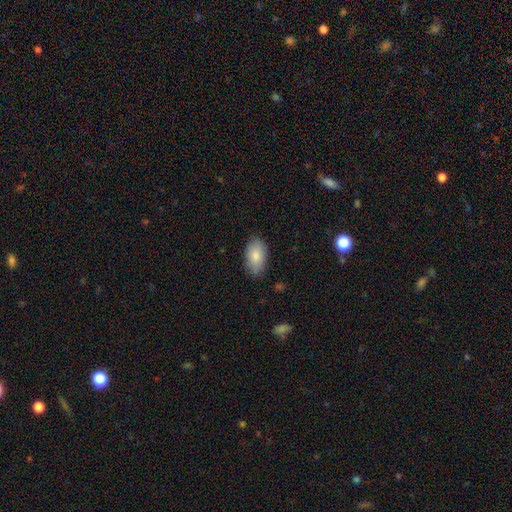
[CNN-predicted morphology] A smooth galaxy with no disk features (84%) that is in between round and cigar-shaped (94%).

Vote fractions:
- Smooth or featured? smooth: 84% / featured or disk: 10% / star or artifact: 6%
- How rounded? in between: 94% / round: 5% / cigar-shaped: 2%
- Merging? none: 82% / minor disturbance: 14% / major disturbance: 3% / merger: 1%